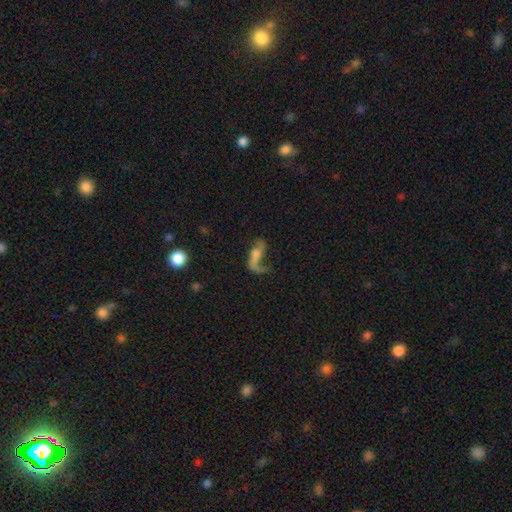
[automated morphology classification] smooth_or_featured: featured or disk (p=0.64) [alt: smooth p=0.26]
disk_edge_on: no (p=0.92) [alt: yes p=0.08]
bar: no (p=0.60) [alt: weak p=0.30]
has_spiral_arms: yes (p=0.77) [alt: no p=0.23]
bulge_size: small (p=0.30) [alt: none p=0.29]
merging: major disturbance (p=0.43) [alt: none p=0.32]